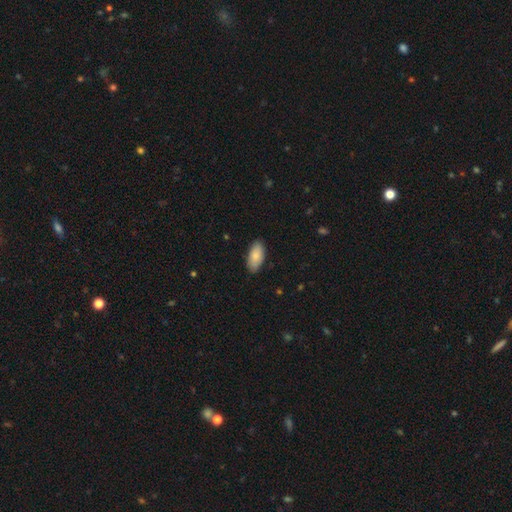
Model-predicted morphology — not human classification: Smooth or featured: smooth — 84% (featured or disk — 10%)
How rounded: in between — 92% (cigar-shaped — 6%)
Merging: none — 85% (minor disturbance — 12%)